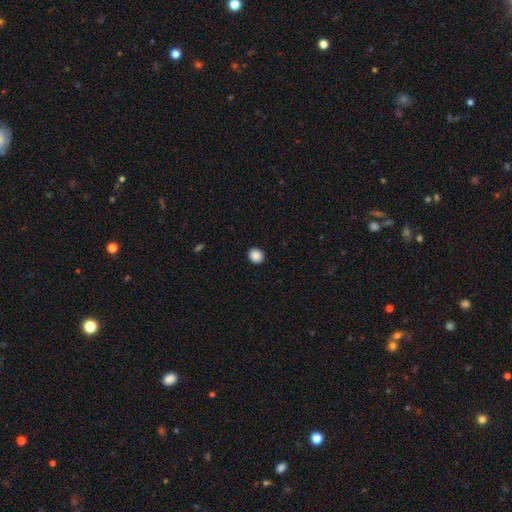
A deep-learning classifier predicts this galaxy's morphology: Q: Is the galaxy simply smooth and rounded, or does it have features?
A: smooth — 88%.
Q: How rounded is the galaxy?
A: round — 75%.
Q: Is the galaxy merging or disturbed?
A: none — 92%.